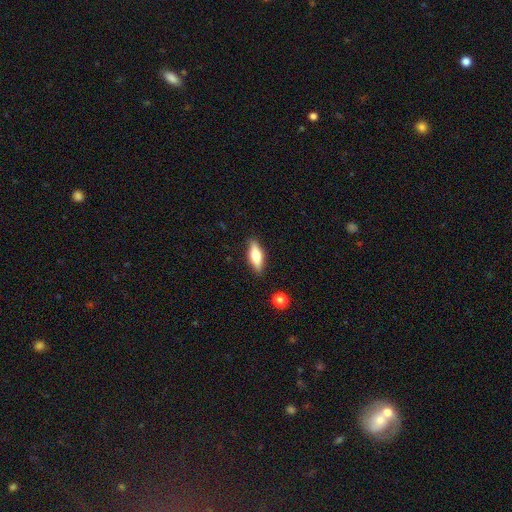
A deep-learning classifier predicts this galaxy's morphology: type=smooth (57%); roundness=in between (59%); merging=none (87%).